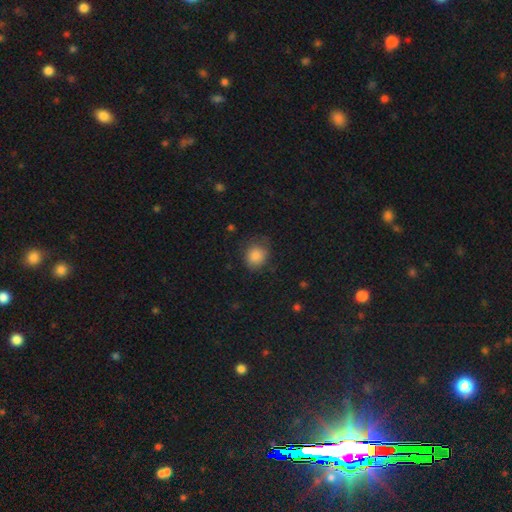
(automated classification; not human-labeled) Smooth or featured? smooth (86%)
How rounded? round (69%)
Merging? none (68%)